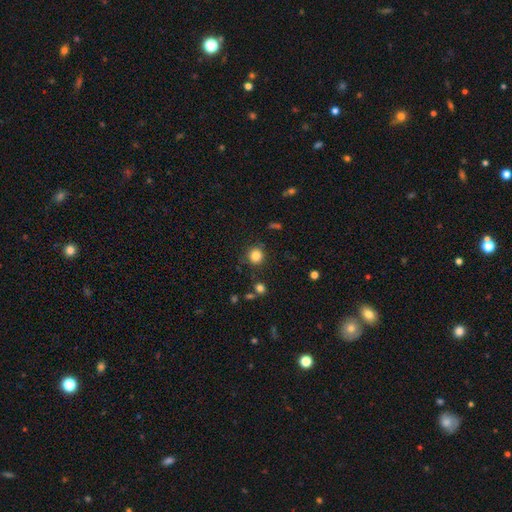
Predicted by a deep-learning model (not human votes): Smooth or featured? Predicted: smooth (p=0.83). How rounded? Predicted: round (p=0.92). Merging? Predicted: none (p=0.86).